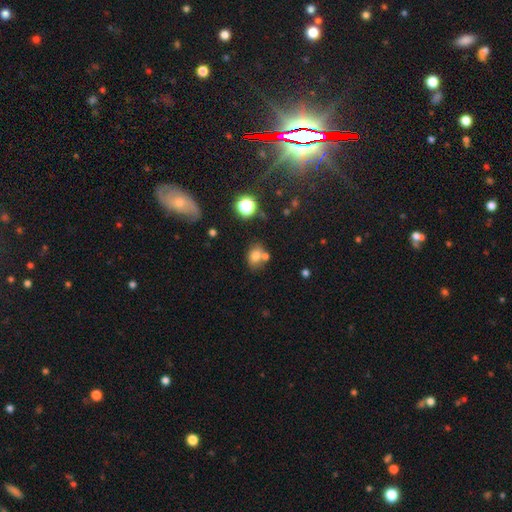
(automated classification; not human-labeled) Overall: smooth (74%). How rounded: in between (56%; round 42%). Merging: none (55%; merger 27%).